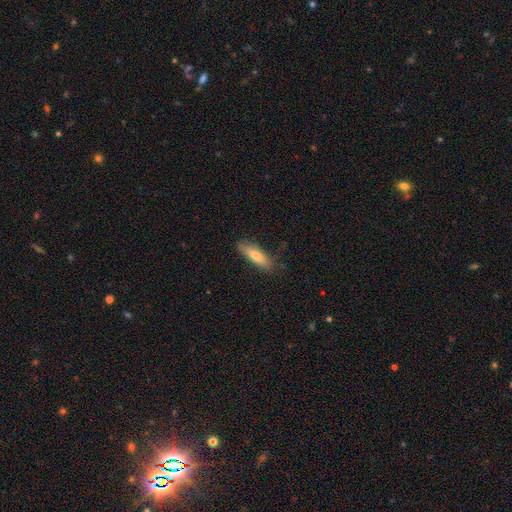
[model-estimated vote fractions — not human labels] A smooth galaxy with no disk features (69%) that is cigar-shaped (67%).

Vote fractions:
- Smooth or featured? smooth: 69% / featured or disk: 25% / star or artifact: 6%
- How rounded? cigar-shaped: 67% / in between: 31% / round: 2%
- Merging? none: 82% / minor disturbance: 14% / major disturbance: 3% / merger: 1%